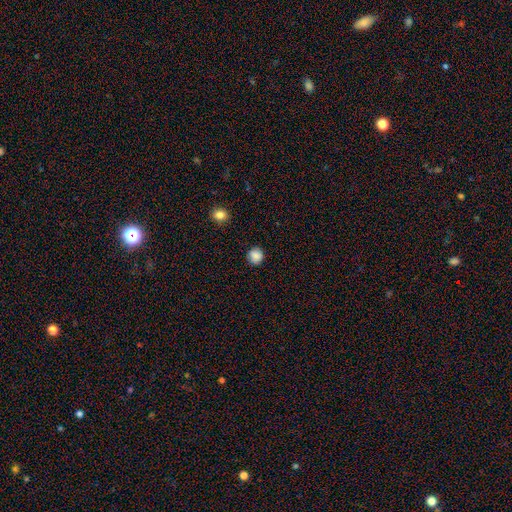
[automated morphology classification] Smooth or featured? Predicted: smooth (p=0.87). How rounded? Predicted: round (p=0.90). Merging? Predicted: none (p=0.87).